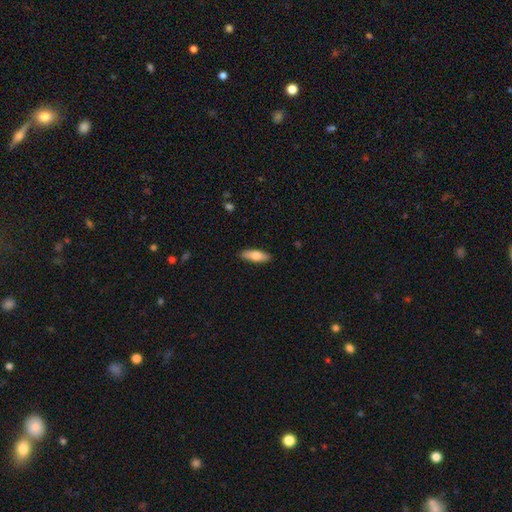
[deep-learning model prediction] smooth_or_featured: smooth (p=0.70) [alt: featured or disk p=0.24]
how_rounded: in between (p=0.59) [alt: cigar-shaped p=0.38]
merging: none (p=0.88) [alt: minor disturbance p=0.09]